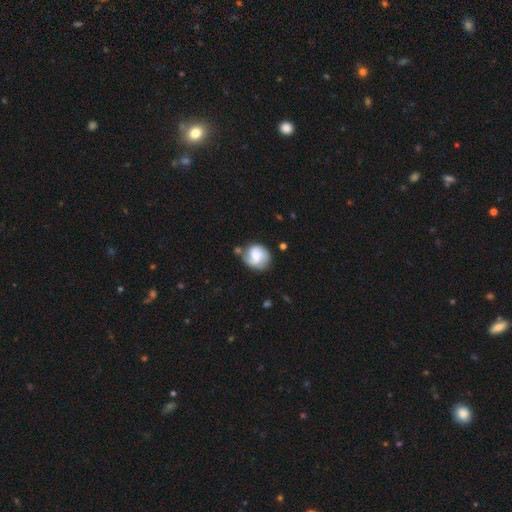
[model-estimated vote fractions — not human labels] Smooth or featured?
  - featured or disk: 51% *
  - smooth: 41%
  - star or artifact: 7%
Edge-on disk?
  - no: 98% *
  - yes: 2%
Bar?
  - no: 54% *
  - weak: 38%
  - strong: 8%
Spiral arms?
  - yes: 85% *
  - no: 15%
Bulge size?
  - small: 44% *
  - moderate: 41%
  - none: 7%
  - large: 7%
  - dominant: 2%
Merging?
  - none: 59% *
  - minor disturbance: 23%
  - merger: 9%
  - major disturbance: 8%